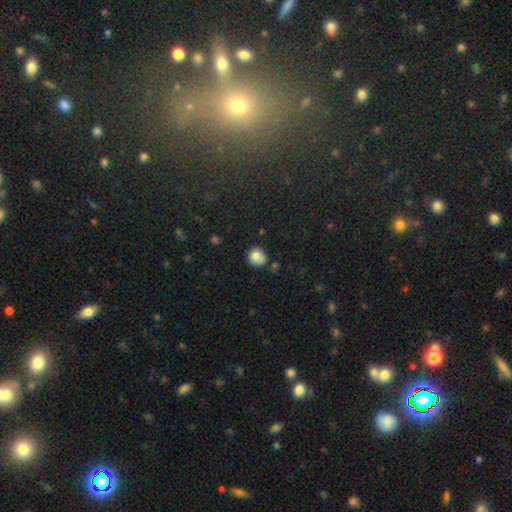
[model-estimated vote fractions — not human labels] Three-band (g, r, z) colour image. It shows a smooth galaxy with no disk features (83%) that is round (86%). Merging: none (69%).